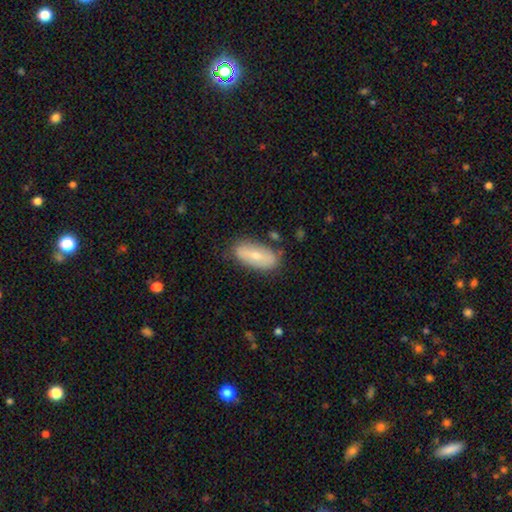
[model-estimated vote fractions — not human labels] Overall: smooth (59%; featured or disk 34%). How rounded: in between (86%). Merging: none (79%).